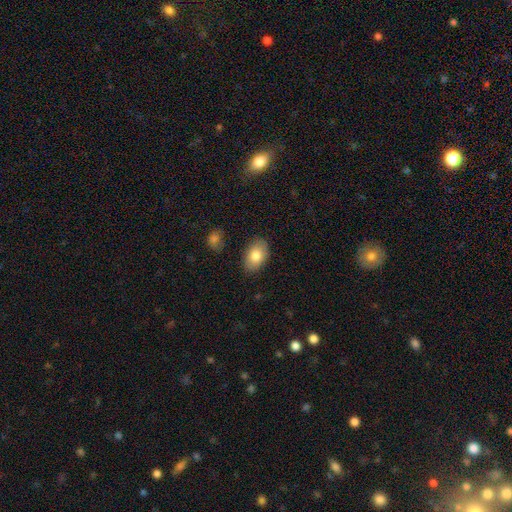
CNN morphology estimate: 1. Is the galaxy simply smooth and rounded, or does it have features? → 81% smooth, 12% featured or disk, 7% star or artifact.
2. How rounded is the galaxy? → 91% in between, 8% round, 1% cigar-shaped.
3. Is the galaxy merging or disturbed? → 84% none, 12% minor disturbance, 2% major disturbance, 2% merger.